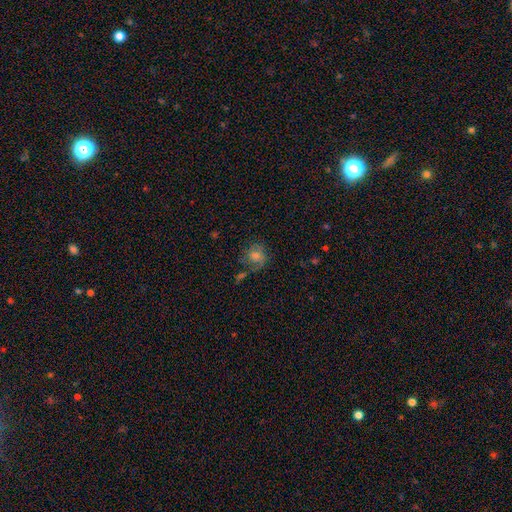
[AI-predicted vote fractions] Smooth or featured?
  - smooth: 42% *
  - featured or disk: 40%
  - star or artifact: 18%
Merging?
  - none: 58% *
  - minor disturbance: 20%
  - major disturbance: 15%
  - merger: 7%